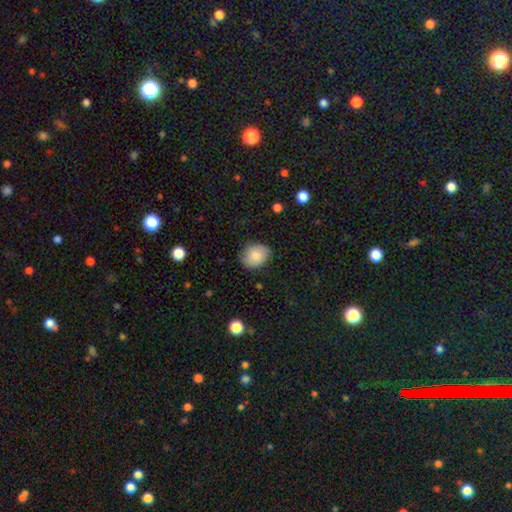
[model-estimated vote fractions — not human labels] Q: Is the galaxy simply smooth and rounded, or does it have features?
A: smooth — 80%.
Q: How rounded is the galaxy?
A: in between — 50%.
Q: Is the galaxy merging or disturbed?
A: none — 77%.